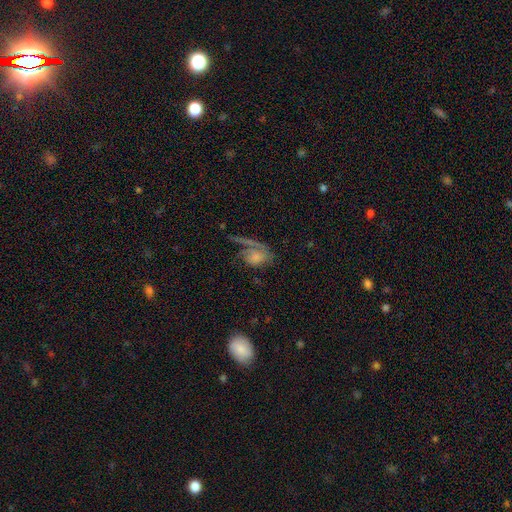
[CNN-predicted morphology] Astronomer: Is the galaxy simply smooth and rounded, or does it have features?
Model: smooth — 45% (runner-up: featured or disk, 43%).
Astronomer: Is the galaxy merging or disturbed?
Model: none — 38% (runner-up: major disturbance, 31%).